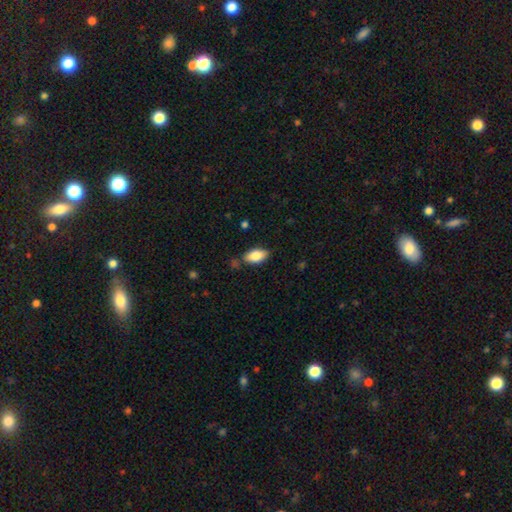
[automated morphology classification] Smooth or featured: smooth — 83% (featured or disk — 10%)
How rounded: in between — 92% (cigar-shaped — 4%)
Merging: none — 79% (minor disturbance — 15%)